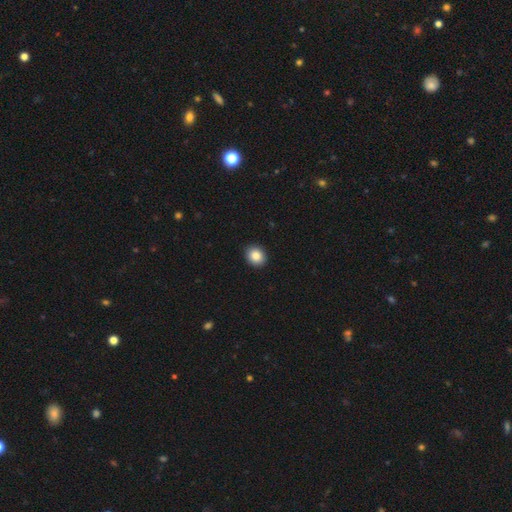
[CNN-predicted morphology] Overall: smooth (86%). How rounded: round (64%; in between 35%). Merging: none (92%).